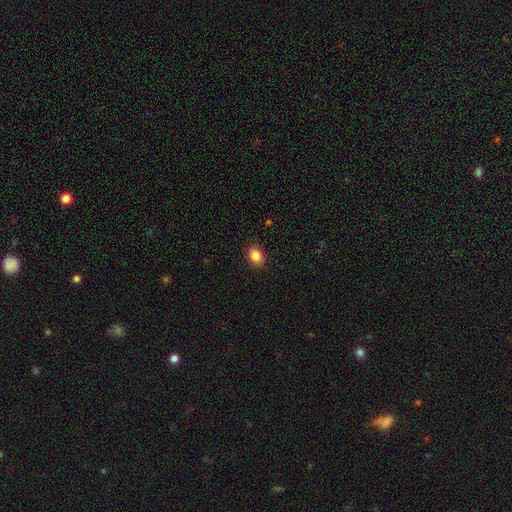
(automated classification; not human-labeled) A smooth galaxy with no disk features (86%) that is in between round and cigar-shaped (66%).

Vote fractions:
- Smooth or featured? smooth: 86% / star or artifact: 9% / featured or disk: 5%
- How rounded? in between: 66% / round: 33% / cigar-shaped: 1%
- Merging? none: 89% / minor disturbance: 8% / major disturbance: 2% / merger: 1%